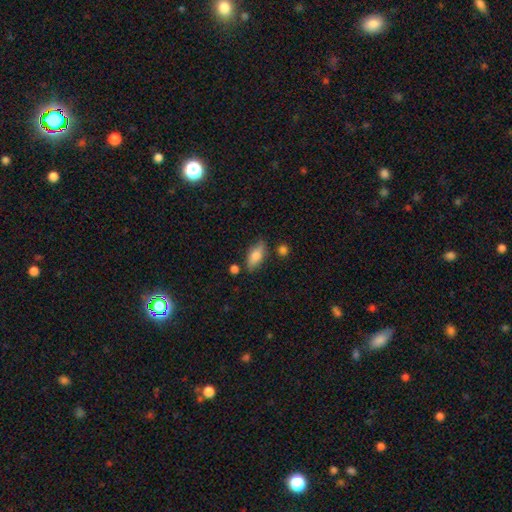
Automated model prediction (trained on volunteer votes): Q: Smooth or featured?
A: smooth (74%); runner-up: featured or disk (18%)
Q: How rounded?
A: in between (79%); runner-up: cigar-shaped (18%)
Q: Merging?
A: none (77%); runner-up: minor disturbance (15%)